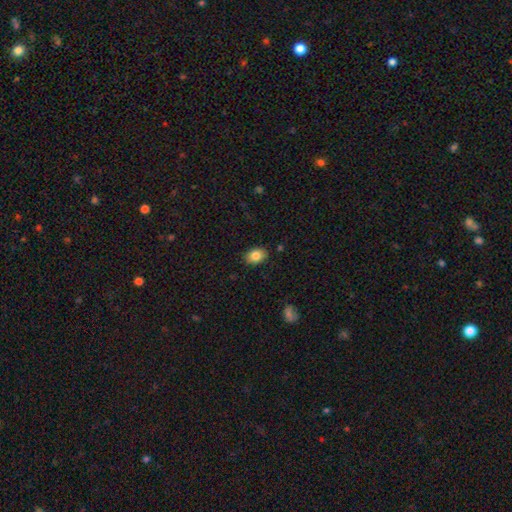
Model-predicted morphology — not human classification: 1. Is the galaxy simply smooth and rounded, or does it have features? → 84% smooth, 8% star or artifact, 8% featured or disk.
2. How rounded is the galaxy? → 79% in between, 20% round, 1% cigar-shaped.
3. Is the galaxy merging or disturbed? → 86% none, 10% minor disturbance, 2% major disturbance, 1% merger.